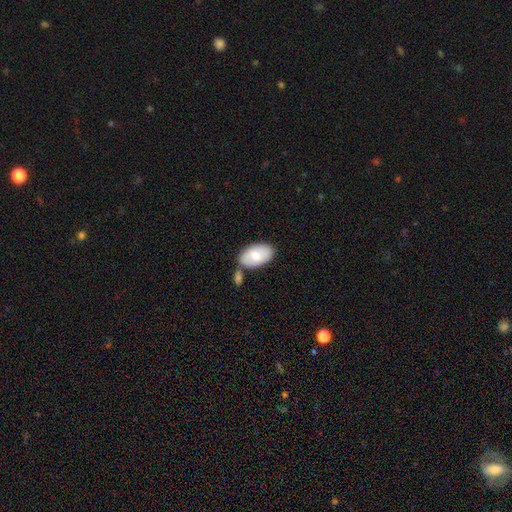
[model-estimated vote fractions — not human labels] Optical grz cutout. It shows a smooth galaxy with no disk features (71%) that is in between round and cigar-shaped (95%). Merging: none (63%).